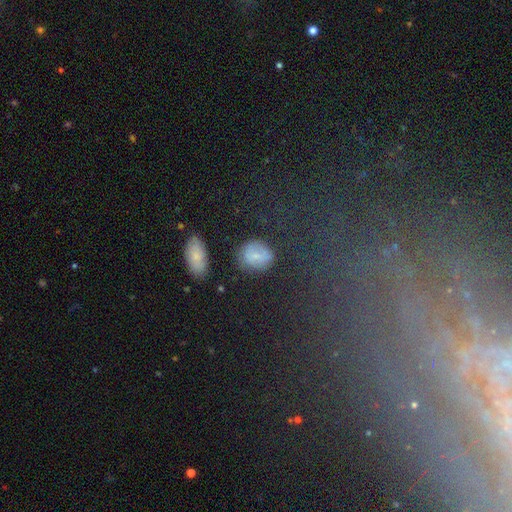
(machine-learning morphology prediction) Smooth or featured? Predicted: smooth (p=0.58). How rounded? Predicted: round (p=0.58). Merging? Predicted: none (p=0.68).